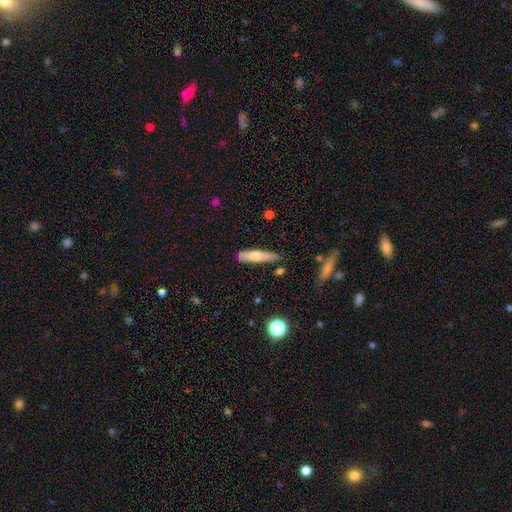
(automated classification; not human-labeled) smooth_or_featured: smooth (p=0.58) [alt: featured or disk p=0.35]
how_rounded: cigar-shaped (p=0.83) [alt: in between p=0.16]
merging: none (p=0.80) [alt: minor disturbance p=0.14]